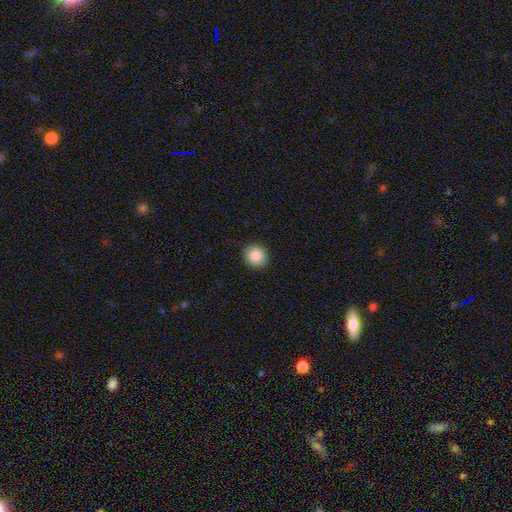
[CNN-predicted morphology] smooth_or_featured: smooth (p=0.85) [alt: star or artifact p=0.09]
how_rounded: round (p=0.92) [alt: in between p=0.07]
merging: none (p=0.92) [alt: minor disturbance p=0.06]